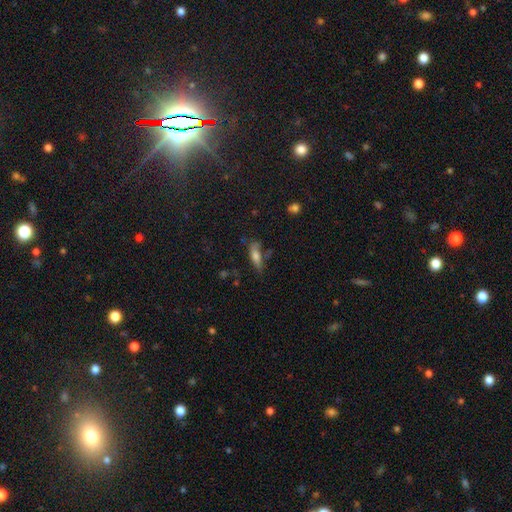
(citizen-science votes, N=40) Overall: smooth (70%). How rounded: cigar-shaped (68%; in between 29%). Merging: none (57%; minor disturbance 22%).